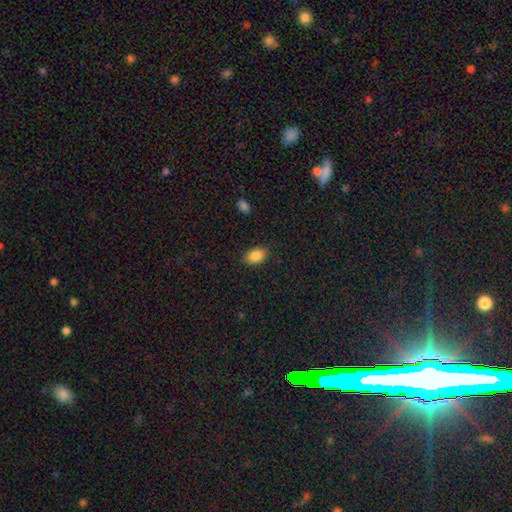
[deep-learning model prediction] Overall: smooth (87%). How rounded: in between (85%). Merging: none (88%).